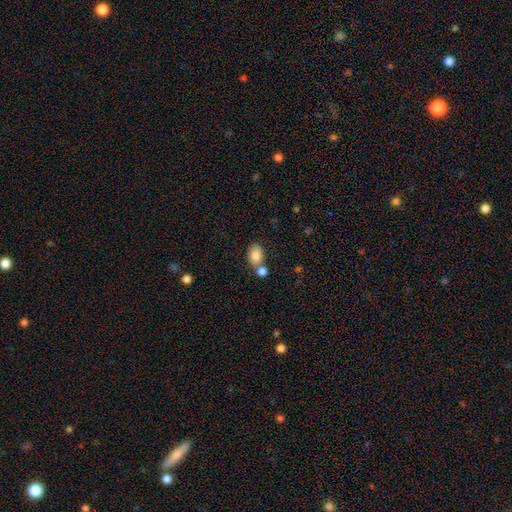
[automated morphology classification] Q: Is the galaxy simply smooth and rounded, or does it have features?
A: smooth — 81%.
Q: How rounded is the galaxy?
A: in between — 79%.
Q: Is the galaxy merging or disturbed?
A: none — 51%.